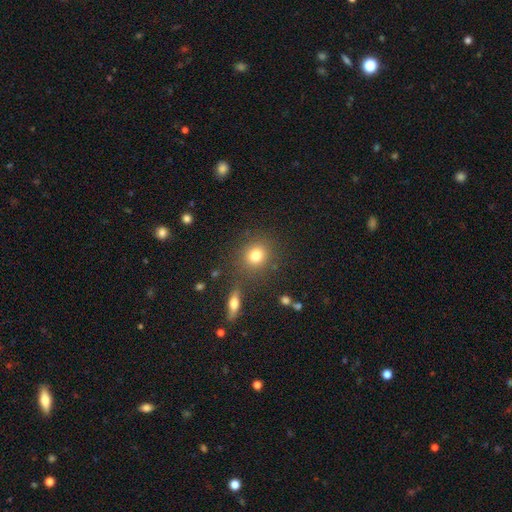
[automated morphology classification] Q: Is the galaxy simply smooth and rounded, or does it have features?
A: smooth — 79%.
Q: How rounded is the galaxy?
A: round — 80%.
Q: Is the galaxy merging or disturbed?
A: none — 81%.